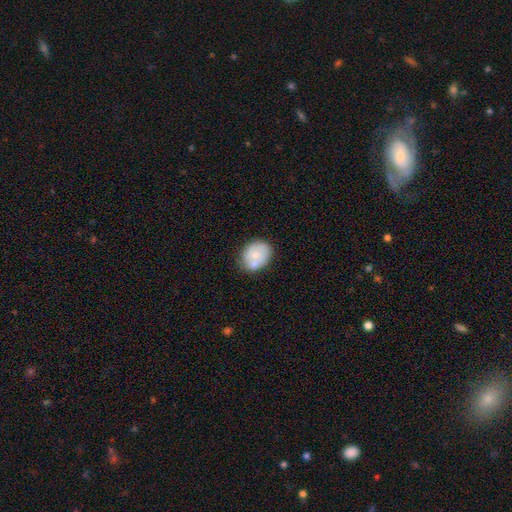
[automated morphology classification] smooth-or-featured: smooth: 67% | featured or disk: 27% | star or artifact: 7%
  how-rounded: in between: 56% | round: 43% | cigar-shaped: 1%
  merging: none: 54% | minor disturbance: 21% | merger: 20% | major disturbance: 5%